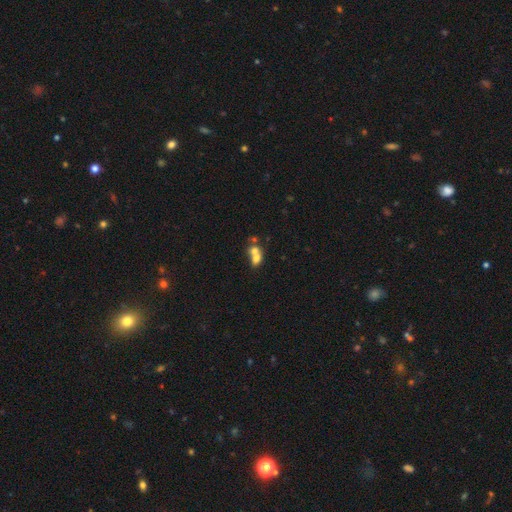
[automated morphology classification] Q: Smooth or featured?
A: smooth (67%); runner-up: featured or disk (22%)
Q: How rounded?
A: round (52%); runner-up: in between (47%)
Q: Merging?
A: merger (70%); runner-up: none (21%)